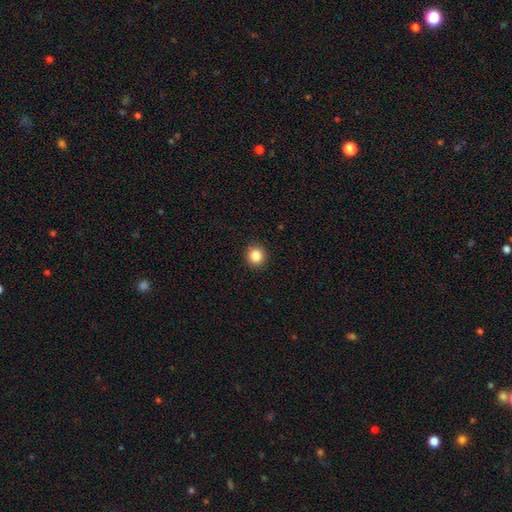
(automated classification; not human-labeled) A smooth galaxy with no disk features (85%) that is round (93%). Merging: none (92%).